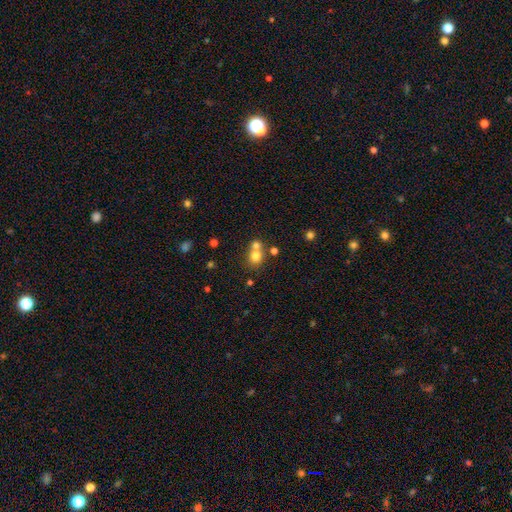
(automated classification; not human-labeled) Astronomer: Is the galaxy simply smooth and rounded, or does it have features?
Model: smooth — 74%.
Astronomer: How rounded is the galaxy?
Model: round — 79%.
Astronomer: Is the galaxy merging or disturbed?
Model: merger — 48% (runner-up: none, 42%).